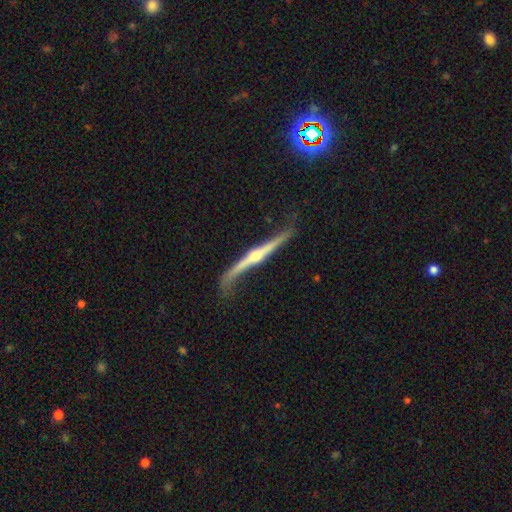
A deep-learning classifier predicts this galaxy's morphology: Smooth or featured? featured or disk (85%)
Edge-on disk? yes (91%)
Edge-on bulge? rounded (90%)
Merging? none (56%)